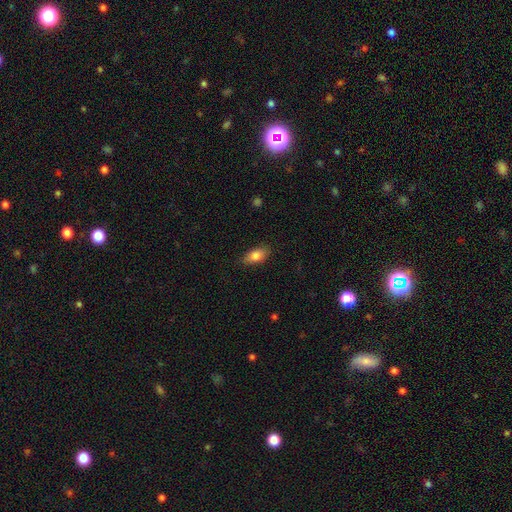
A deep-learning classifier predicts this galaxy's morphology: Smooth or featured? smooth (83%)
How rounded? in between (88%)
Merging? none (84%)